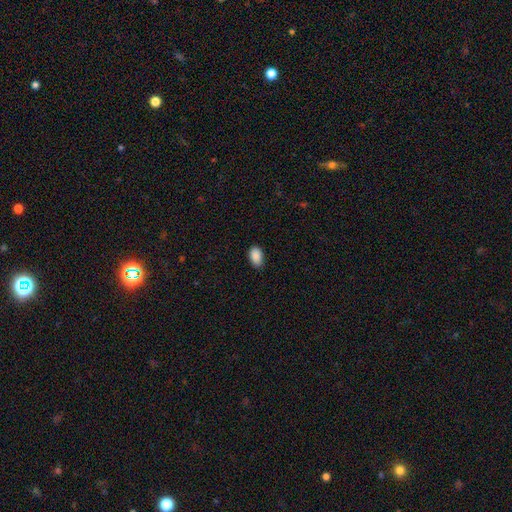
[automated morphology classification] Smooth or featured?
  - smooth: 90% *
  - star or artifact: 7%
  - featured or disk: 3%
How rounded?
  - in between: 92% *
  - round: 7%
  - cigar-shaped: 1%
Merging?
  - none: 82% *
  - minor disturbance: 15%
  - major disturbance: 2%
  - merger: 1%